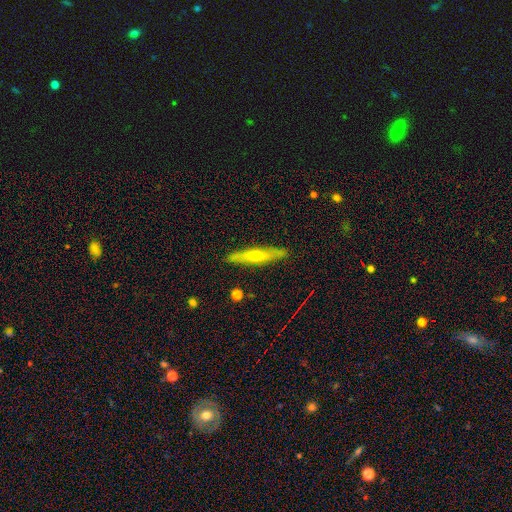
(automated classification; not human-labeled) Smooth or featured? featured or disk (55%)
Edge-on disk? yes (88%)
Merging? none (88%)